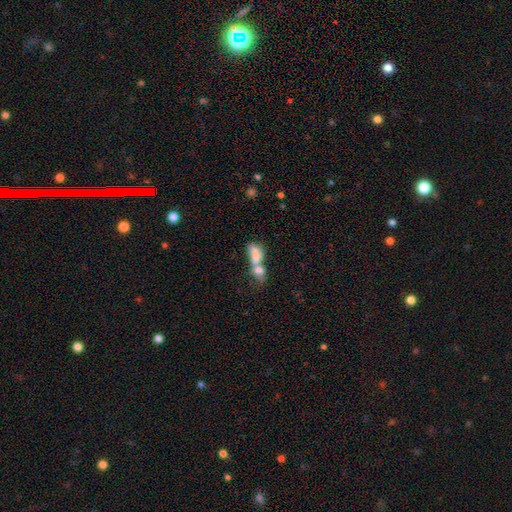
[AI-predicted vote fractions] A smooth galaxy with no disk features (72%) that is in between round and cigar-shaped (72%). Merging: merger (67%).